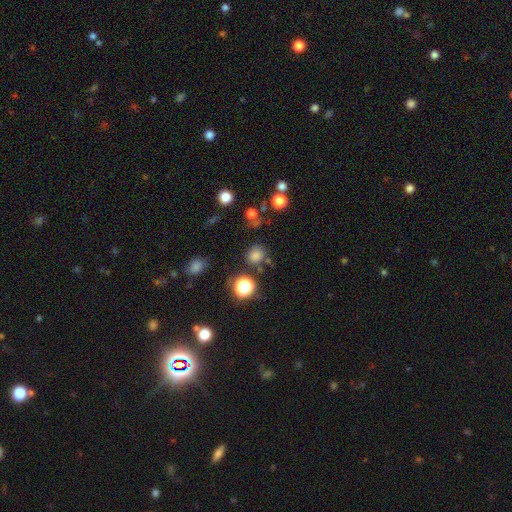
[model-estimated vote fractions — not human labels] Morphology: type=smooth (74%); roundness=round (80%); merging=none (76%).